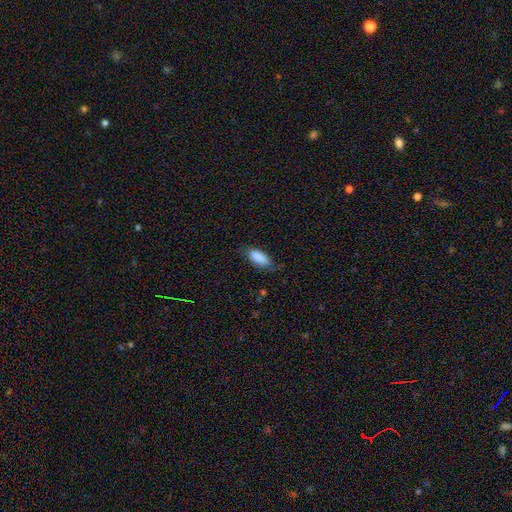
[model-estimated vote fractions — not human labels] Overall: smooth (87%). How rounded: in between (82%). Merging: none (68%).